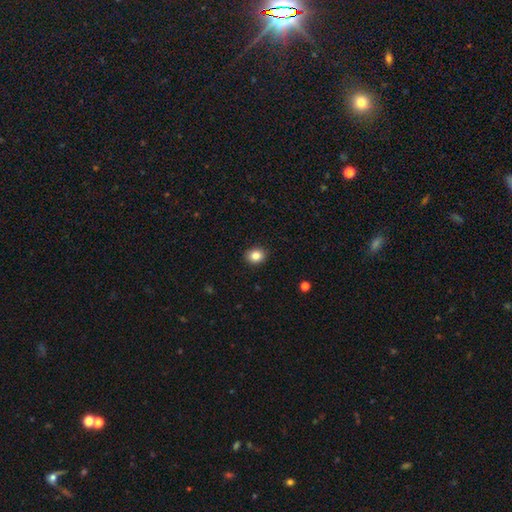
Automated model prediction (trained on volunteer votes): Q: Smooth or featured?
A: smooth (85%); runner-up: star or artifact (10%)
Q: How rounded?
A: round (63%); runner-up: in between (36%)
Q: Merging?
A: none (91%); runner-up: minor disturbance (6%)